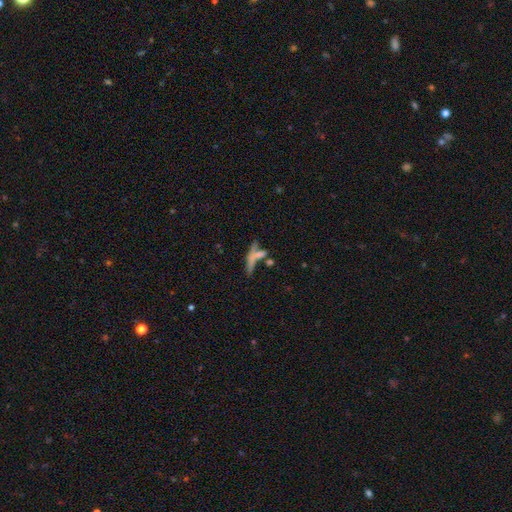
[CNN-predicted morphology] smooth 52%, featured or disk 35%, star or artifact 13%. Down the decision tree: how rounded — cigar-shaped (74%); merging — merger (39%).